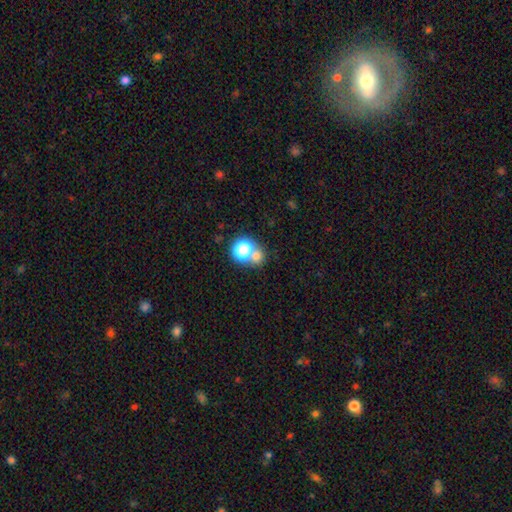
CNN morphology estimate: smooth_or_featured: smooth (p=0.64) [alt: star or artifact p=0.27]
how_rounded: round (p=0.82) [alt: in between p=0.17]
merging: none (p=0.53) [alt: merger p=0.36]